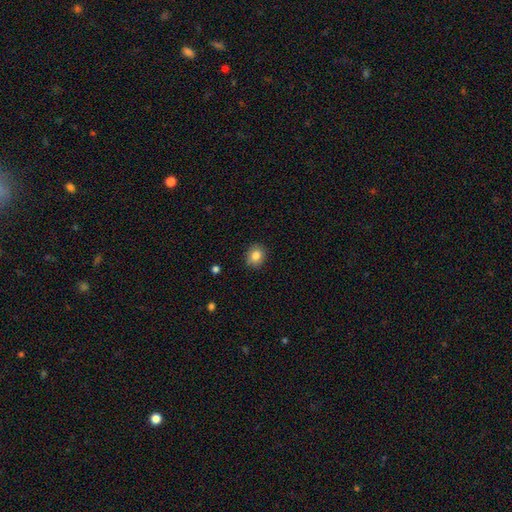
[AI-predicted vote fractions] A smooth galaxy with no disk features (84%) that is round (69%).

Vote fractions:
- Smooth or featured? smooth: 84% / star or artifact: 9% / featured or disk: 7%
- How rounded? round: 69% / in between: 30% / cigar-shaped: 1%
- Merging? none: 88% / minor disturbance: 9% / major disturbance: 2% / merger: 1%